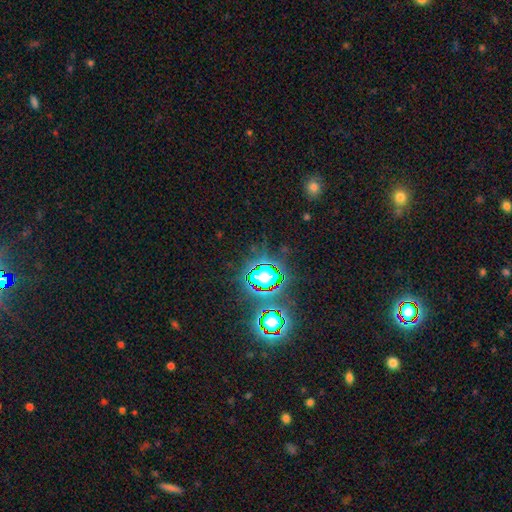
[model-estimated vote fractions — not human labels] star or artifact 82%, smooth 12%, featured or disk 7%.